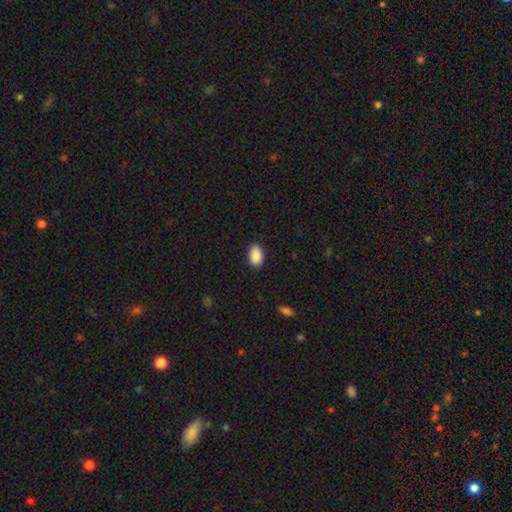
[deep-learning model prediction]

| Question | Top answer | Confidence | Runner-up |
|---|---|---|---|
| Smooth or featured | smooth | 90% | star or artifact (7%) |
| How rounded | in between | 90% | round (9%) |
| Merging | none | 89% | minor disturbance (8%) |